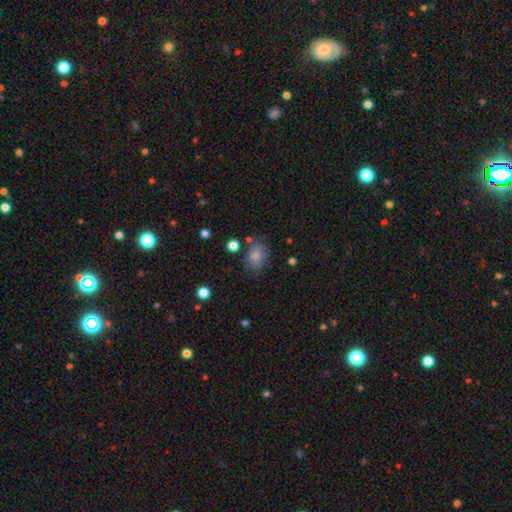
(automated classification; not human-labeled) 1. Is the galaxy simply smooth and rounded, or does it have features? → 82% smooth, 10% featured or disk, 9% star or artifact.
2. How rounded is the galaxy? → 75% in between, 24% round, 1% cigar-shaped.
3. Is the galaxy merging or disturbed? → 68% none, 20% minor disturbance, 7% major disturbance, 5% merger.